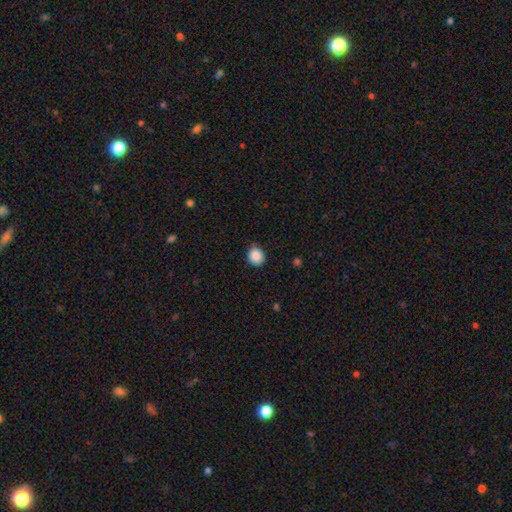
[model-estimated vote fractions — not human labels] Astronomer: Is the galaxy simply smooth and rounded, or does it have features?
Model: smooth — 88%.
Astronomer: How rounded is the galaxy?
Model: round — 85%.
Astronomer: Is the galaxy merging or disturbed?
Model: none — 79%.